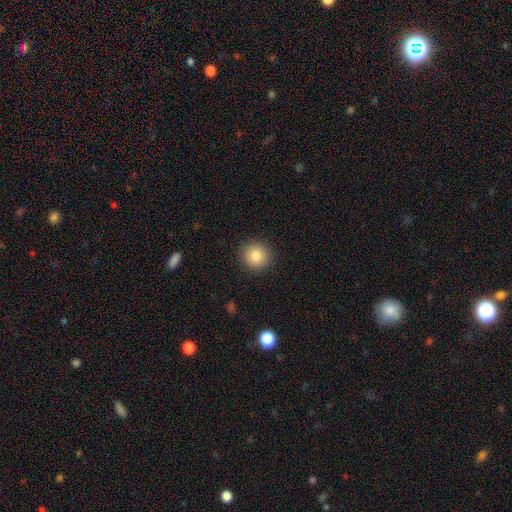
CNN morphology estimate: A smooth galaxy with no disk features (84%) that is round (93%).

Vote fractions:
- Smooth or featured? smooth: 84% / star or artifact: 10% / featured or disk: 6%
- How rounded? round: 93% / in between: 6% / cigar-shaped: 1%
- Merging? none: 91% / minor disturbance: 6% / major disturbance: 2% / merger: 1%